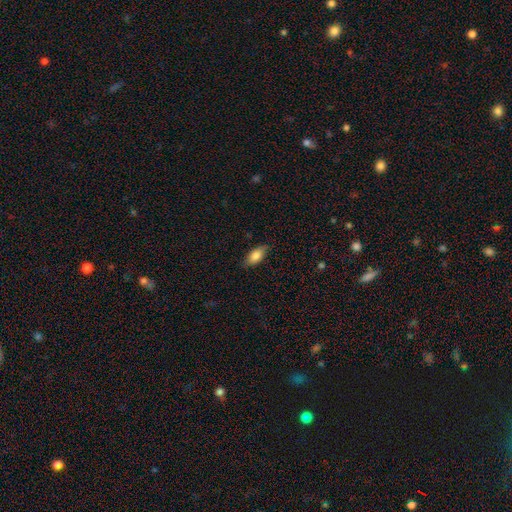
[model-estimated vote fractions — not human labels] Morphology: type=smooth (83%); roundness=in between (87%); merging=none (80%).